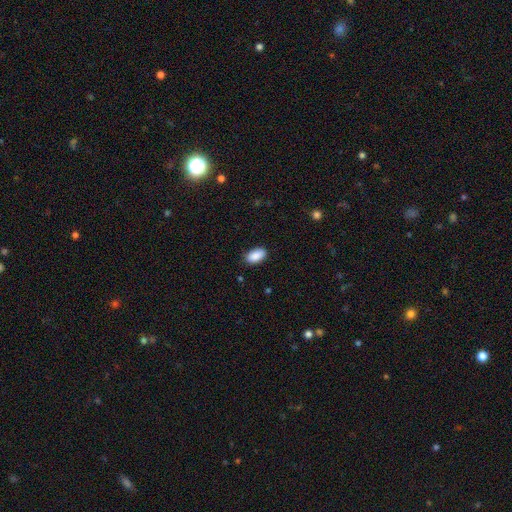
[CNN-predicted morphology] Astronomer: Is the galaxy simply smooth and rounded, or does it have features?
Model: smooth — 90%.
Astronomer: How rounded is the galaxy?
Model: in between — 94%.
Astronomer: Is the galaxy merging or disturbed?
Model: none — 85%.